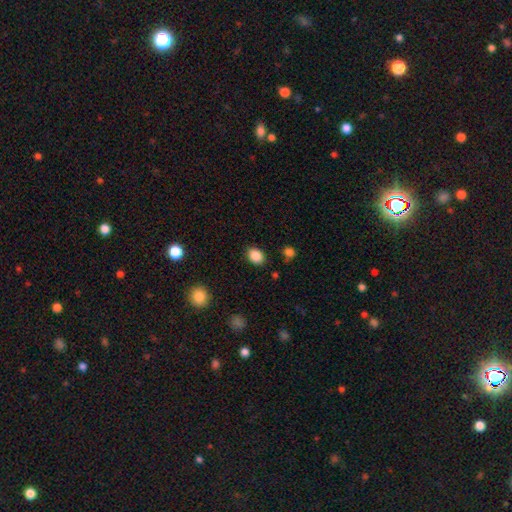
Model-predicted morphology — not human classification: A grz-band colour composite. It shows a smooth galaxy with no disk features (87%) that is in between round and cigar-shaped (68%). Merging: none (86%).